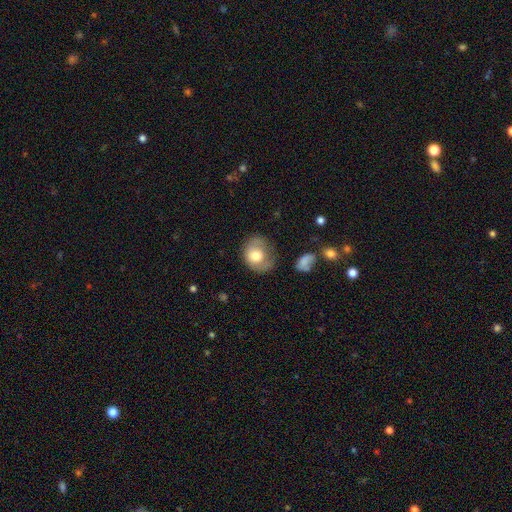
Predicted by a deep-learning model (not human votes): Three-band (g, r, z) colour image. It shows a smooth galaxy with no disk features (67%) that is round (58%). Merging: none (47%).